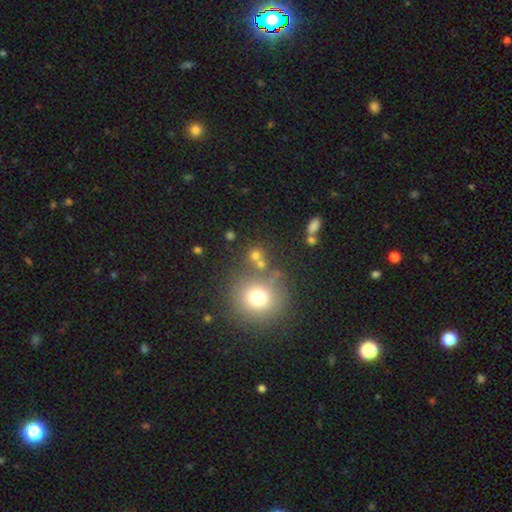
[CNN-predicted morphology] Smooth or featured?
  - smooth: 69% *
  - star or artifact: 21%
  - featured or disk: 10%
How rounded?
  - round: 87% *
  - in between: 11%
  - cigar-shaped: 1%
Merging?
  - none: 64% *
  - merger: 22%
  - minor disturbance: 9%
  - major disturbance: 6%